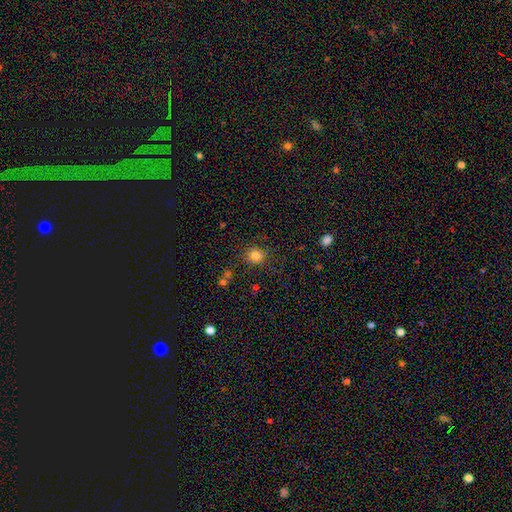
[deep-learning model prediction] The model was most divided on "smooth or featured": smooth: 83%, star or artifact: 12%, featured or disk: 5%. More confident: how rounded — round (86%); merging — none (85%).